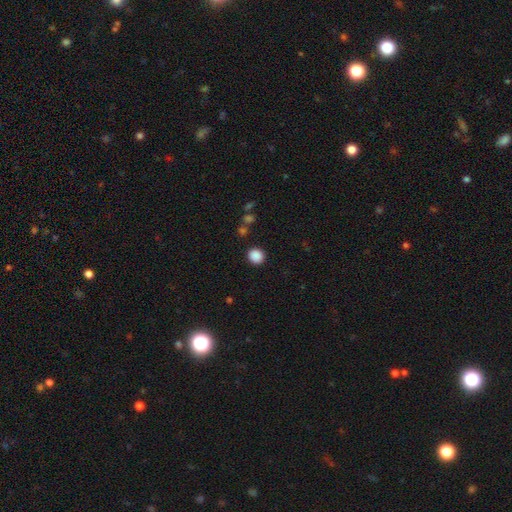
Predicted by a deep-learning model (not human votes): Overall: smooth (87%). How rounded: round (84%). Merging: none (88%).